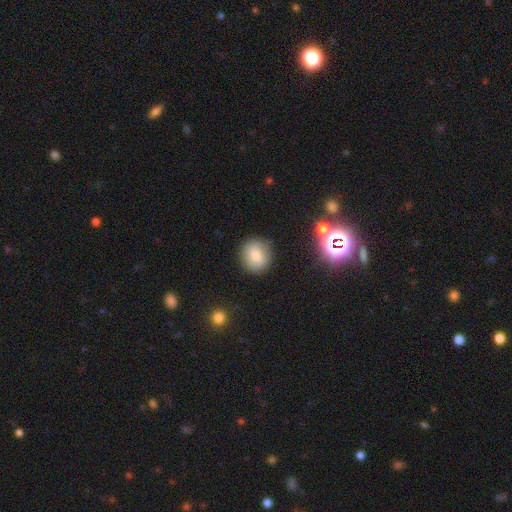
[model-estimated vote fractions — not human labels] Smooth or featured?
  - smooth: 74% *
  - featured or disk: 15%
  - star or artifact: 11%
How rounded?
  - round: 84% *
  - in between: 15%
  - cigar-shaped: 1%
Merging?
  - none: 85% *
  - minor disturbance: 10%
  - major disturbance: 3%
  - merger: 2%